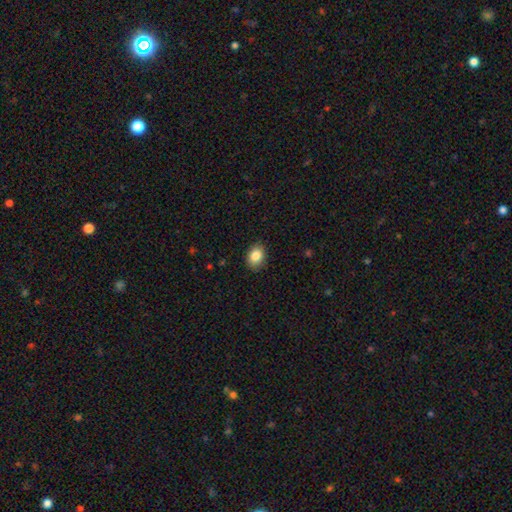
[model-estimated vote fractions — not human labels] Morphology: type=smooth (87%); roundness=in between (72%); merging=none (88%).